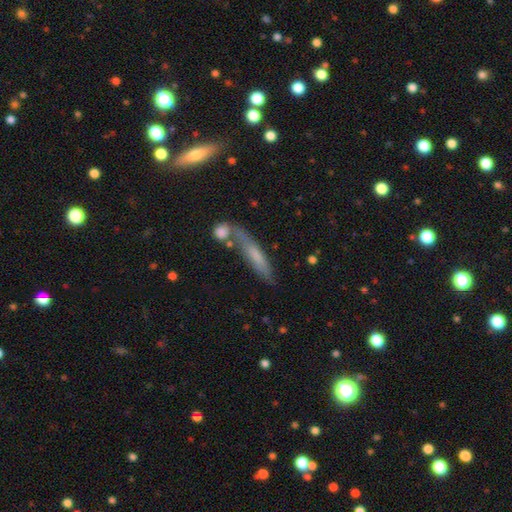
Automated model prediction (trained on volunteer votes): Smooth or featured? Predicted: smooth (p=0.59). How rounded? Predicted: cigar-shaped (p=0.83). Merging? Predicted: none (p=0.54).